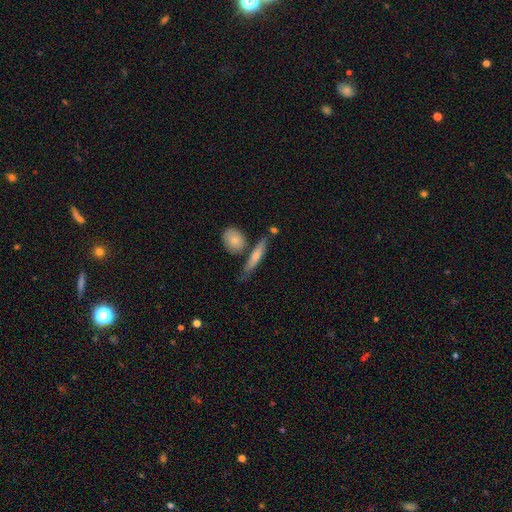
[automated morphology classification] The model was most divided on "smooth or featured": smooth: 56%, featured or disk: 38%, star or artifact: 6%. More confident: how rounded — cigar-shaped (78%); merging — none (66%).